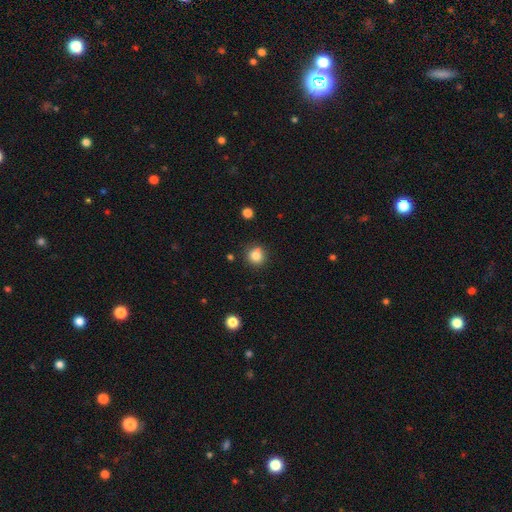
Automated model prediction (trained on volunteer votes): Smooth or featured? Predicted: smooth (p=0.81). How rounded? Predicted: round (p=0.91). Merging? Predicted: none (p=0.78).